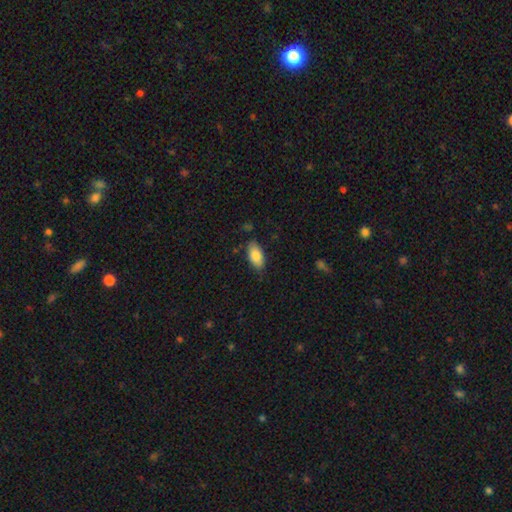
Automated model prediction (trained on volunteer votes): Smooth or featured: smooth — 84% (featured or disk — 10%)
How rounded: in between — 91% (cigar-shaped — 6%)
Merging: none — 80% (minor disturbance — 15%)